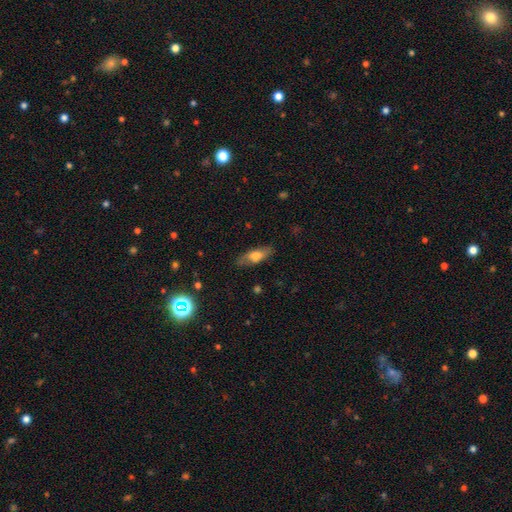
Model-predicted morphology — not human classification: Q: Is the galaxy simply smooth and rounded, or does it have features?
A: smooth — 61%.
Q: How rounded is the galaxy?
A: in between — 66%.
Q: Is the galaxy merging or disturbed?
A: none — 79%.